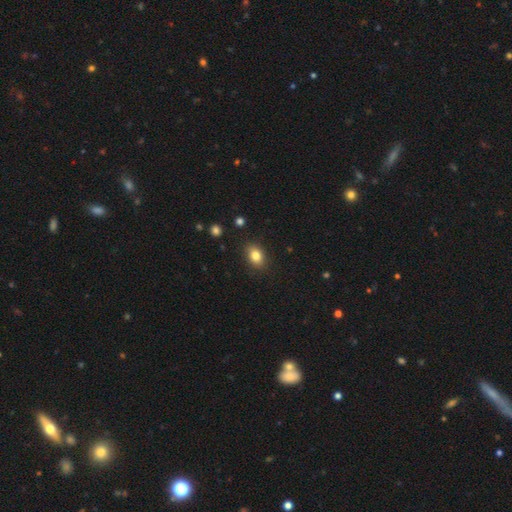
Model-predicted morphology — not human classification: type=smooth (83%); roundness=in between (76%); merging=none (86%).